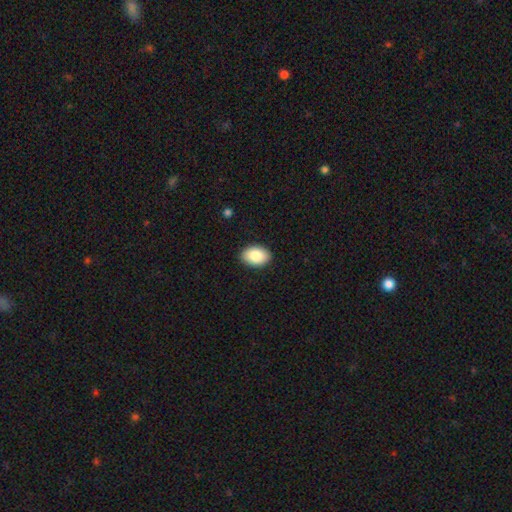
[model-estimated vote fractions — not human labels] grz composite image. It shows a smooth galaxy with no disk features (87%) that is in between round and cigar-shaped (87%). Merging: none (90%).